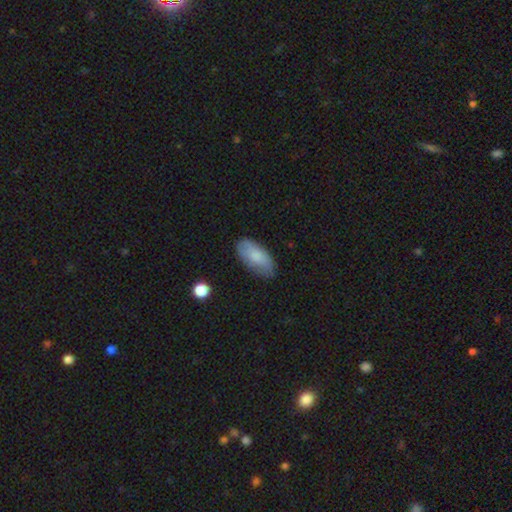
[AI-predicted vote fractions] A smooth galaxy with no disk features (79%) that is in between round and cigar-shaped (92%). Merging: none (75%).